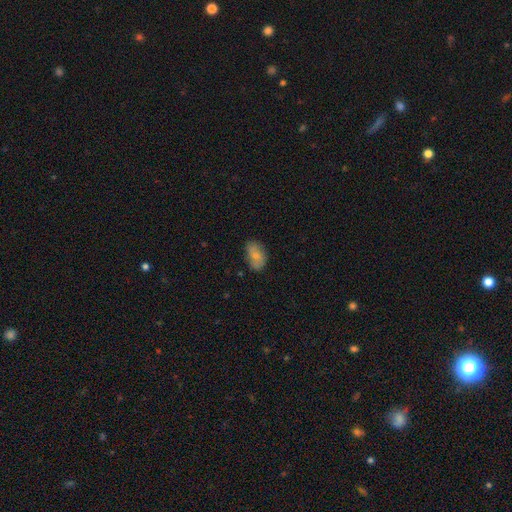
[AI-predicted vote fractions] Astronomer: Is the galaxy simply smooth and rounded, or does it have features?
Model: smooth — 76%.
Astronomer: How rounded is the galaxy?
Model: in between — 89%.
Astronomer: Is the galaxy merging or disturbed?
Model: none — 69%.